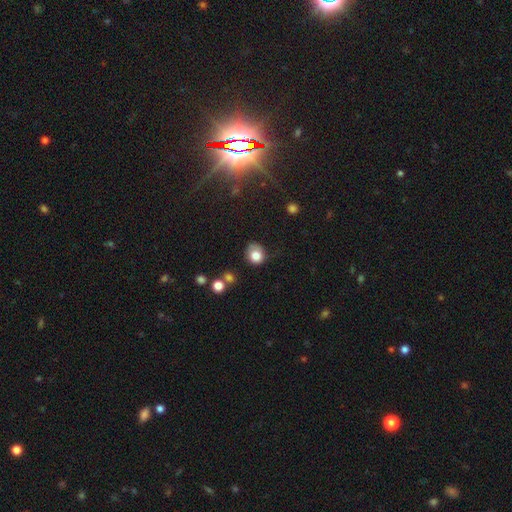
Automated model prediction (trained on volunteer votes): Q: Smooth or featured?
A: smooth (81%); runner-up: star or artifact (10%)
Q: How rounded?
A: round (73%); runner-up: in between (27%)
Q: Merging?
A: none (59%); runner-up: minor disturbance (28%)